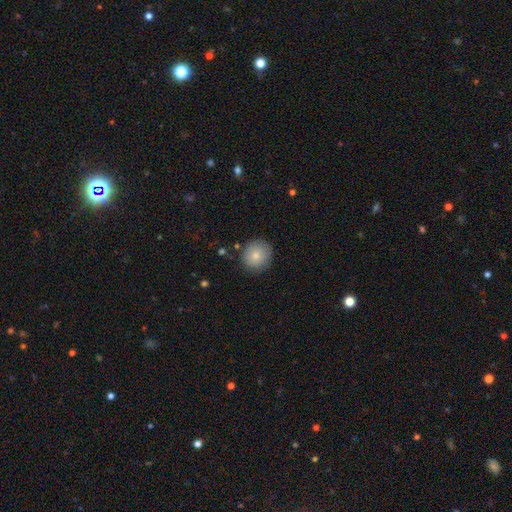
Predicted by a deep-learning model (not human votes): This is clearly a smooth galaxy (81%). How rounded: clearly round (91%). Merging: clearly none (86%).